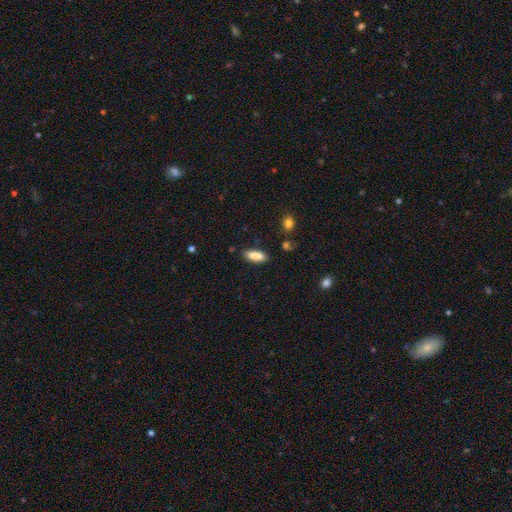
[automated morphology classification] A smooth galaxy with no disk features (87%) that is in between round and cigar-shaped (73%).

Vote fractions:
- Smooth or featured? smooth: 87% / star or artifact: 7% / featured or disk: 6%
- How rounded? in between: 73% / cigar-shaped: 25% / round: 2%
- Merging? none: 84% / minor disturbance: 12% / major disturbance: 3% / merger: 2%